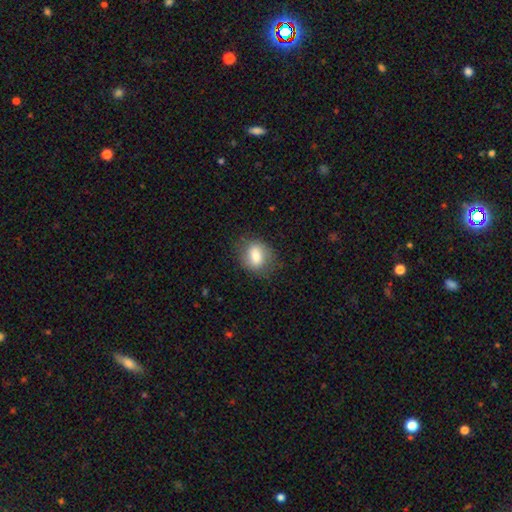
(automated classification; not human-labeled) A smooth galaxy with no disk features (74%) that is in between round and cigar-shaped (50%). Merging: none (78%).